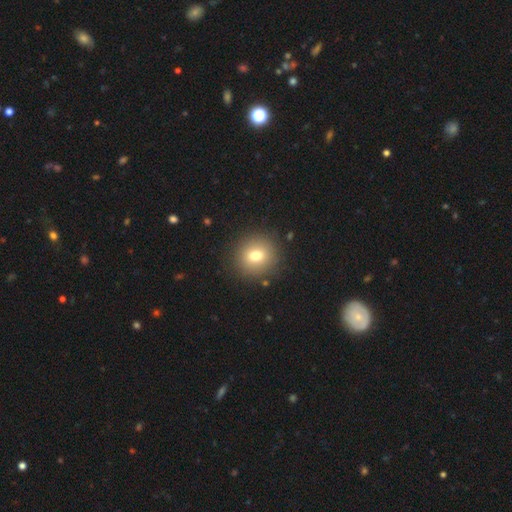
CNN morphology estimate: type=smooth (75%); roundness=round (87%); merging=none (88%).